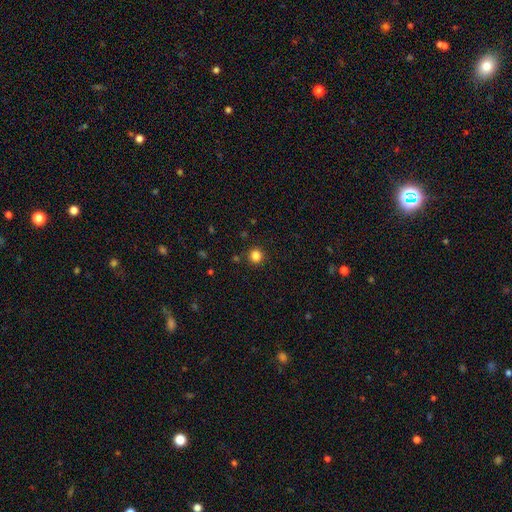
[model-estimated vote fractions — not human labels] The model was most divided on "smooth or featured": smooth: 83%, star or artifact: 13%, featured or disk: 4%. More confident: how rounded — round (93%); merging — none (90%).